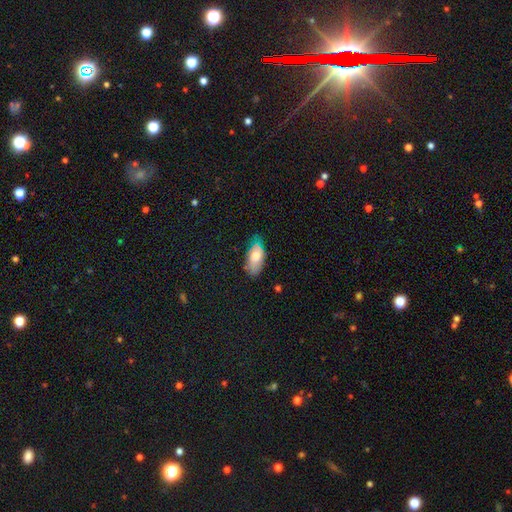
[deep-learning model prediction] The model was most divided on "merging": none: 62%, minor disturbance: 30%, major disturbance: 6%, merger: 2%. More confident: how rounded — in between (90%); smooth or featured — smooth (69%).